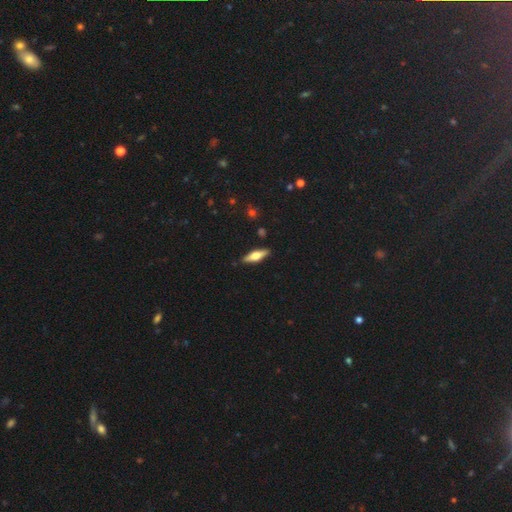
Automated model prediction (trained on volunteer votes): Smooth or featured? Predicted: featured or disk (p=0.50). Merging? Predicted: none (p=0.88).